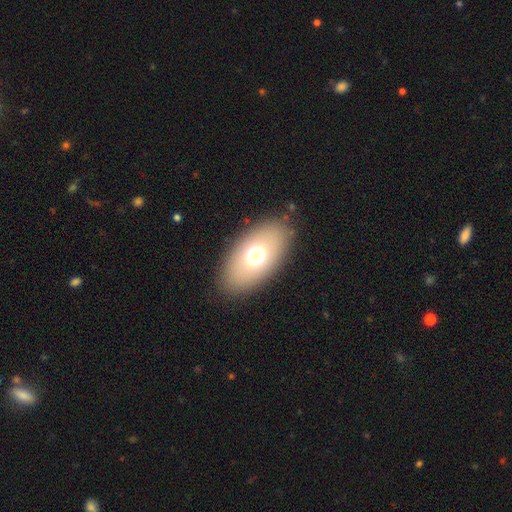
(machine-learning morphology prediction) Smooth or featured: smooth — 66% (featured or disk — 24%)
How rounded: in between — 90% (round — 8%)
Merging: none — 86% (minor disturbance — 9%)